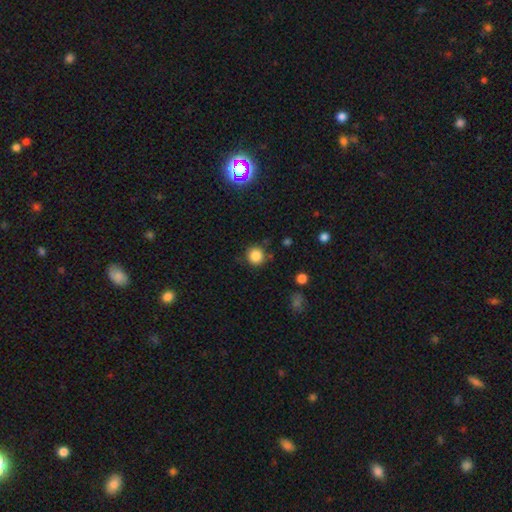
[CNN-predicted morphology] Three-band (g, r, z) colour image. It shows a smooth galaxy with no disk features (85%) that is round (93%). Merging: none (85%).